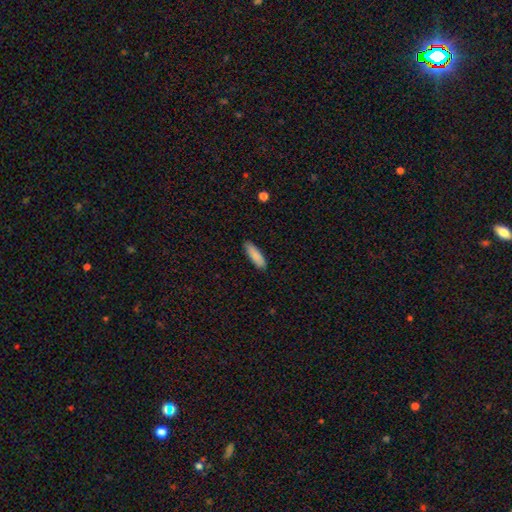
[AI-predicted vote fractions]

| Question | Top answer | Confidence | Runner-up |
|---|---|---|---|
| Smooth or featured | smooth | 88% | star or artifact (6%) |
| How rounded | cigar-shaped | 57% | in between (41%) |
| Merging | none | 85% | minor disturbance (12%) |